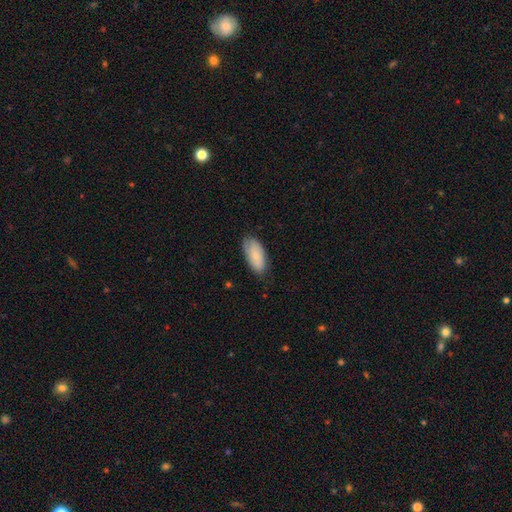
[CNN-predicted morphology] type=smooth (80%); roundness=in between (91%); merging=none (74%).